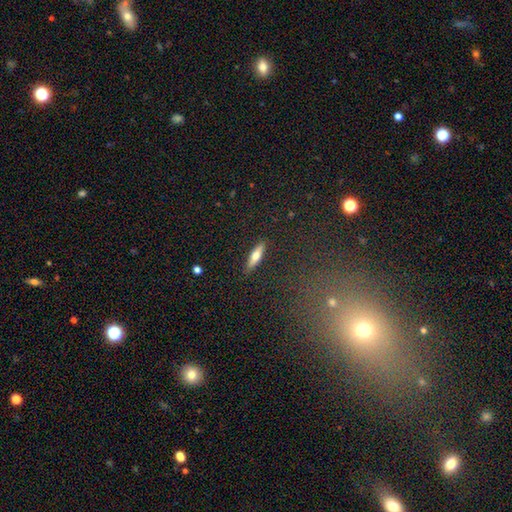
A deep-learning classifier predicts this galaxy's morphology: type=smooth (63%); roundness=cigar-shaped (69%); merging=none (90%).